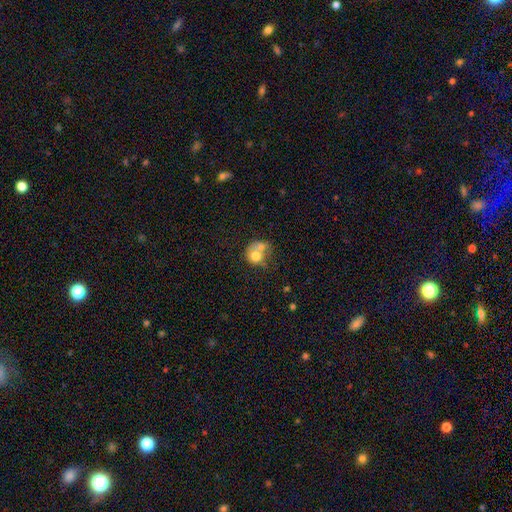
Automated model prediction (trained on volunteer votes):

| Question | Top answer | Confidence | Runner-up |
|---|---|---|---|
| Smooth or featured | smooth | 67% | featured or disk (24%) |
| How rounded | round | 68% | in between (31%) |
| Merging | merger | 60% | none (22%) |